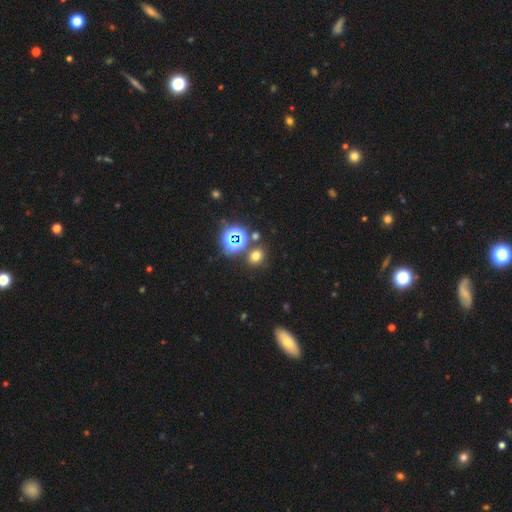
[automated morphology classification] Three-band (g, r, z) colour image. It shows a smooth galaxy with no disk features (63%) that is round (54%). Merging: none (79%).